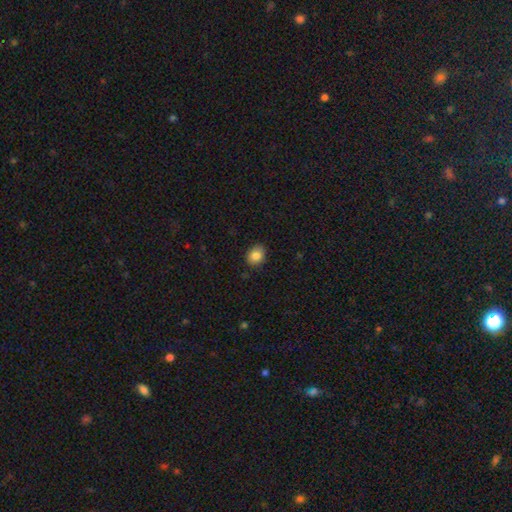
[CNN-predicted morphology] Smooth or featured?
  - smooth: 86% *
  - star or artifact: 9%
  - featured or disk: 5%
How rounded?
  - round: 55% *
  - in between: 44%
  - cigar-shaped: 1%
Merging?
  - none: 86% *
  - minor disturbance: 11%
  - major disturbance: 2%
  - merger: 1%